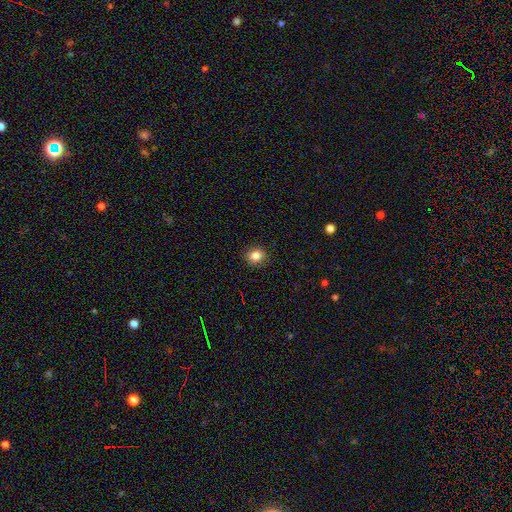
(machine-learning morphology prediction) Q: Smooth or featured?
A: smooth (84%); runner-up: star or artifact (11%)
Q: How rounded?
A: round (77%); runner-up: in between (22%)
Q: Merging?
A: none (89%); runner-up: minor disturbance (8%)